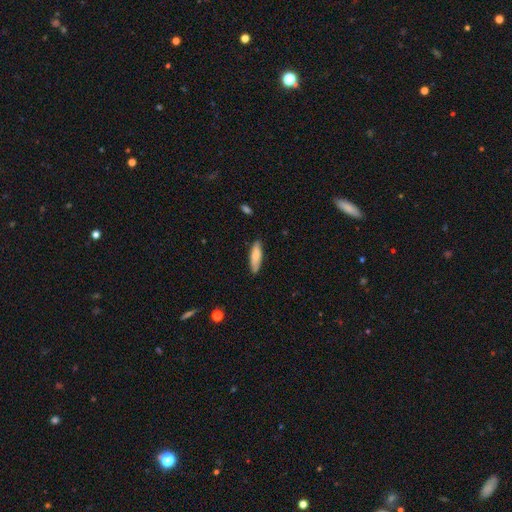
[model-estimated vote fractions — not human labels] Q: Smooth or featured?
A: smooth (77%); runner-up: featured or disk (17%)
Q: How rounded?
A: cigar-shaped (57%); runner-up: in between (42%)
Q: Merging?
A: none (81%); runner-up: minor disturbance (15%)